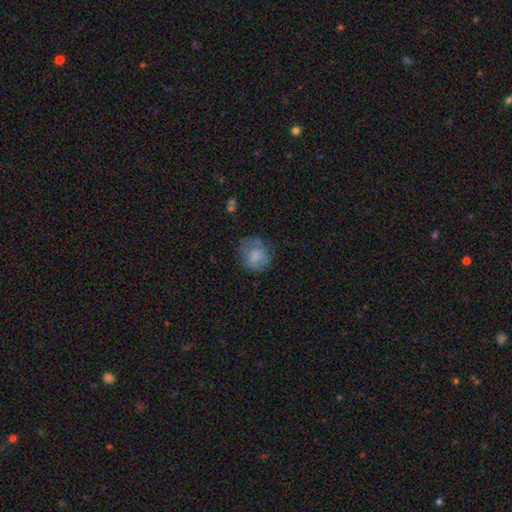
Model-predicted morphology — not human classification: Overall: smooth (69%). How rounded: round (76%). Merging: none (56%; minor disturbance 25%).